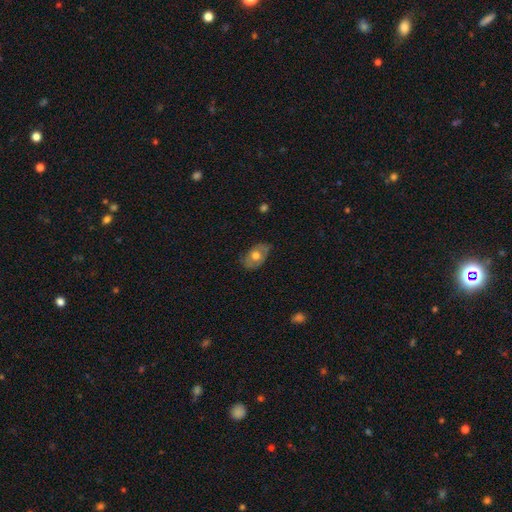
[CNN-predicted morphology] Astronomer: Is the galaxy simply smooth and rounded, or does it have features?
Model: smooth — 59%.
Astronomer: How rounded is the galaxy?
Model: in between — 82%.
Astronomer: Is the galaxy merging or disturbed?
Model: none — 66%.